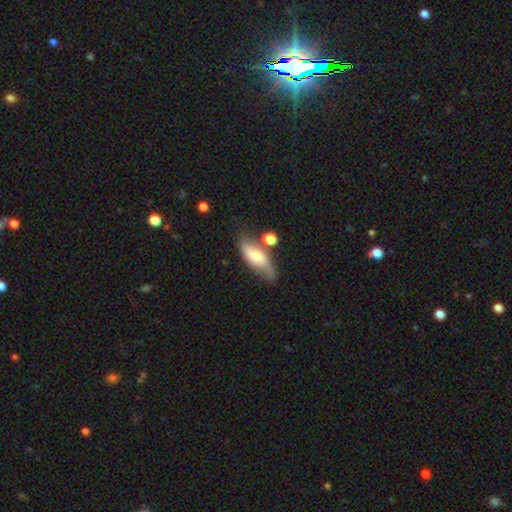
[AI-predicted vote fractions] Overall: smooth (47%; featured or disk 45%). Merging: none (54%; minor disturbance 25%).